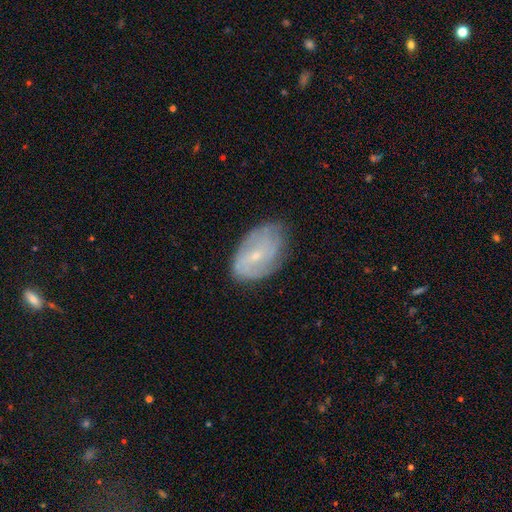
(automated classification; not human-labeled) Overall: featured or disk (61%; smooth 31%). Edge-on disk: no (95%). Bar: no (48%; weak 42%). Spiral arms: yes (73%). Bulge size: small (77%). Merging: none (67%).